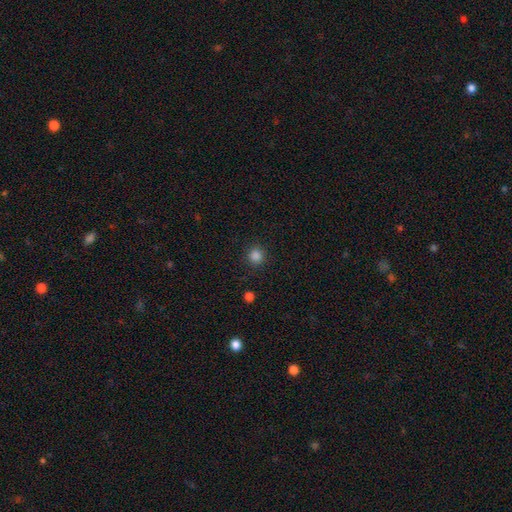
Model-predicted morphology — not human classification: Q: Smooth or featured?
A: smooth (85%); runner-up: star or artifact (12%)
Q: How rounded?
A: round (91%); runner-up: in between (8%)
Q: Merging?
A: none (89%); runner-up: minor disturbance (7%)